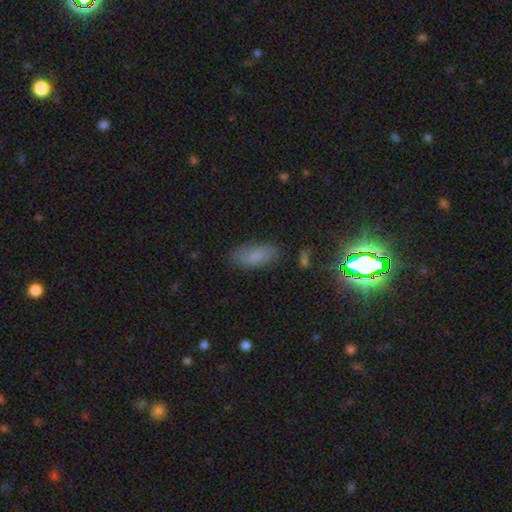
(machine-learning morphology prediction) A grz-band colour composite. It shows a smooth galaxy with no disk features (71%) that is in between round and cigar-shaped (85%). Merging: none (76%).